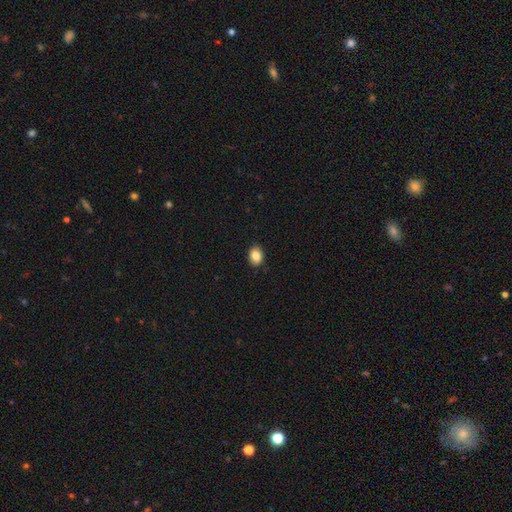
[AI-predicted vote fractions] Overall: smooth (85%). How rounded: in between (66%; round 33%). Merging: none (88%).